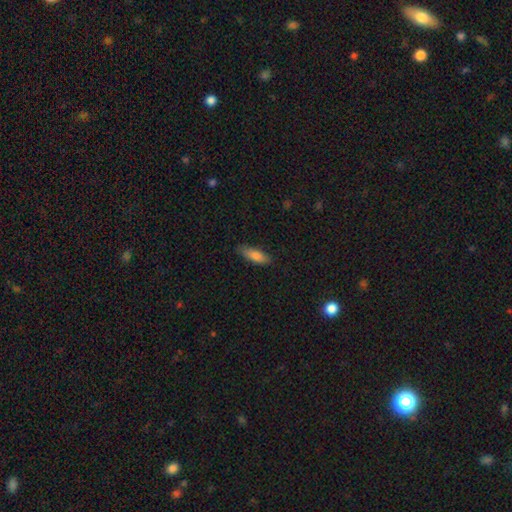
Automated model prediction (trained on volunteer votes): smooth_or_featured: smooth (p=0.80) [alt: featured or disk p=0.13]
how_rounded: in between (p=0.58) [alt: cigar-shaped p=0.40]
merging: none (p=0.80) [alt: minor disturbance p=0.16]